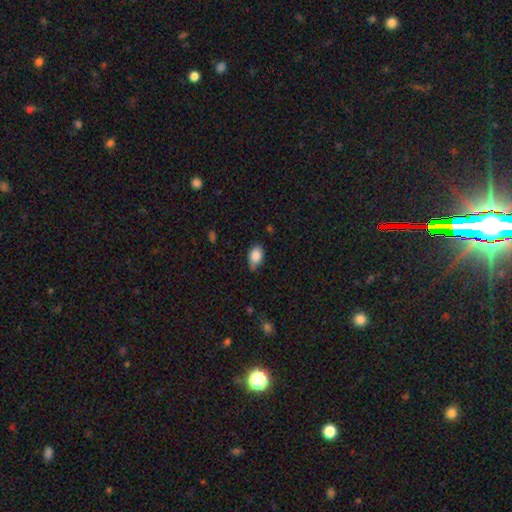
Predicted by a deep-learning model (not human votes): Smooth or featured? Predicted: smooth (p=0.86). How rounded? Predicted: in between (p=0.86). Merging? Predicted: none (p=0.54).